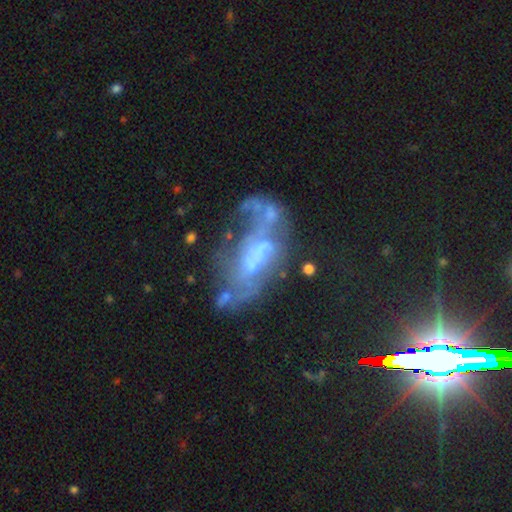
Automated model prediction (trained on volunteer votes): smooth_or_featured: featured or disk (p=0.67) [alt: smooth p=0.18]
disk_edge_on: no (p=0.94) [alt: yes p=0.06]
bar: no (p=0.59) [alt: weak p=0.30]
has_spiral_arms: no (p=0.60) [alt: yes p=0.40]
bulge_size: small (p=0.39) [alt: moderate p=0.29]
merging: major disturbance (p=0.34) [alt: none p=0.26]